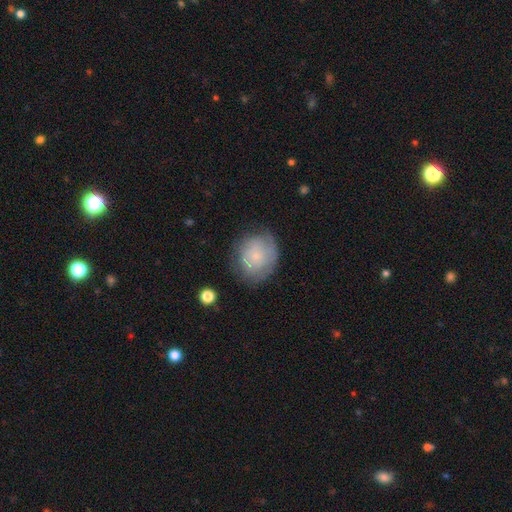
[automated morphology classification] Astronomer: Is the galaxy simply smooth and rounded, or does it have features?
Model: smooth — 55% (runner-up: featured or disk, 37%).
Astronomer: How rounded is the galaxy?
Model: round — 72%.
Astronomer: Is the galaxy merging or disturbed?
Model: none — 62%.